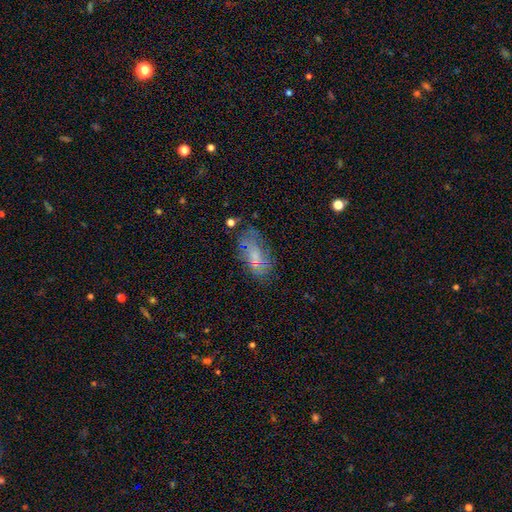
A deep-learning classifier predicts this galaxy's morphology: Smooth or featured?
  - featured or disk: 43% * (tied)
  - smooth: 43% * (tied)
  - star or artifact: 14%
Merging?
  - none: 52% *
  - minor disturbance: 24%
  - major disturbance: 17%
  - merger: 8%